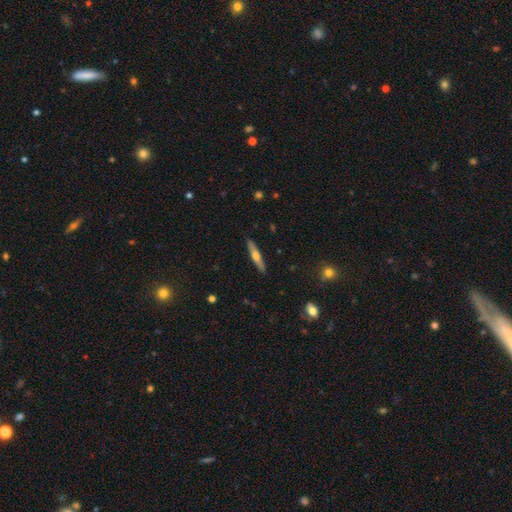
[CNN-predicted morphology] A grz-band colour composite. It shows a featured or disk galaxy (54%) viewed edge-on (95%) with a rounded central bulge (89%). Merging: none (91%).